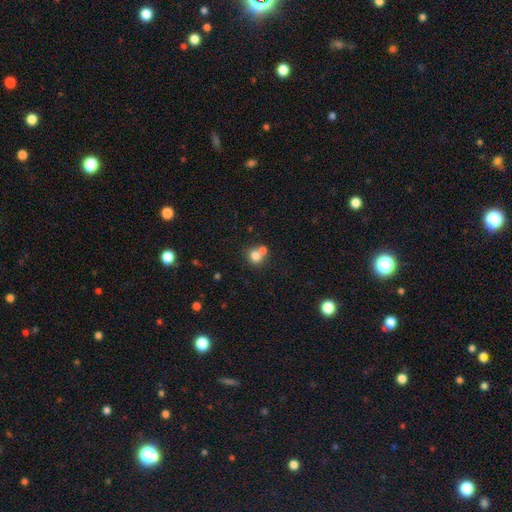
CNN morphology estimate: Smooth or featured? smooth (77%)
How rounded? round (85%)
Merging? none (47%)